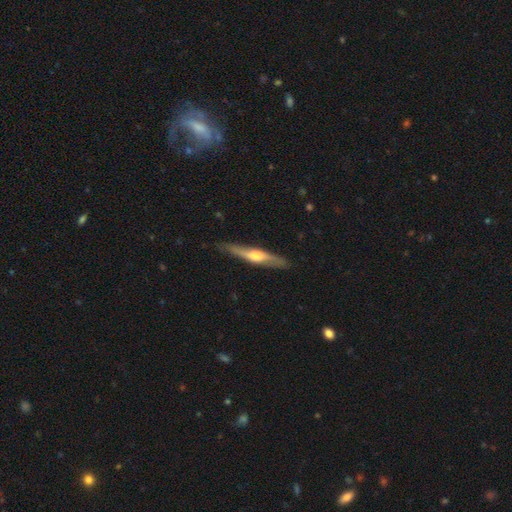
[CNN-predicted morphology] The model was most divided on "smooth or featured": featured or disk: 59%, smooth: 36%, star or artifact: 5%. More confident: edge-on disk — yes (86%); merging — none (83%); edge-on bulge — rounded (80%).